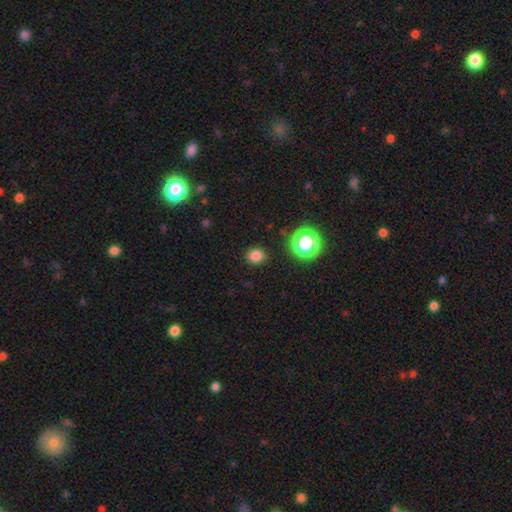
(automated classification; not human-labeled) This is likely a smooth galaxy (79%). How rounded: likely round (79%). Merging: clearly none (88%).